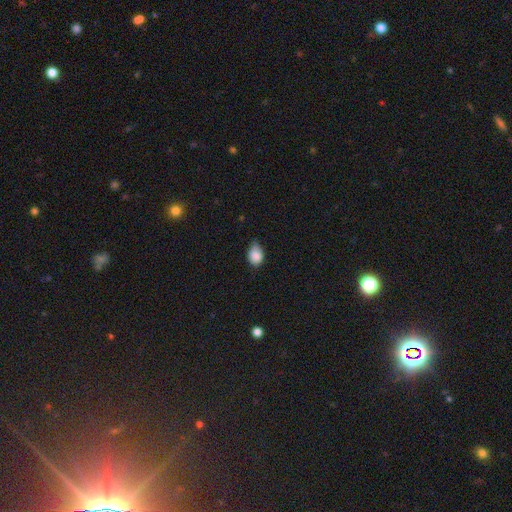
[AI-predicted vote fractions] Morphology: type=smooth (86%); roundness=in between (73%); merging=none (46%).